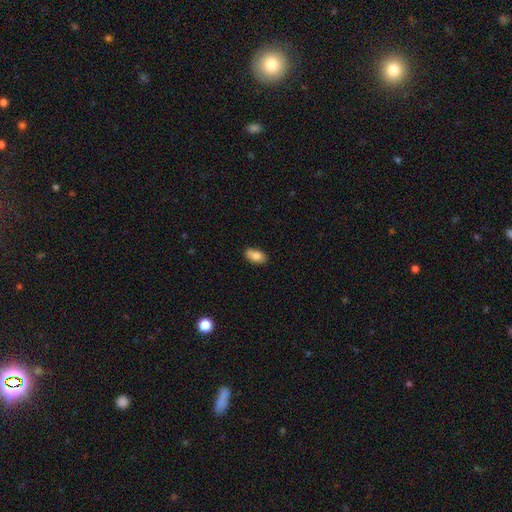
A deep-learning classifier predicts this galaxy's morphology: smooth-or-featured: smooth: 82% | featured or disk: 10% | star or artifact: 8%
  how-rounded: in between: 90% | round: 7% | cigar-shaped: 3%
  merging: none: 71% | minor disturbance: 19% | merger: 6% | major disturbance: 3%